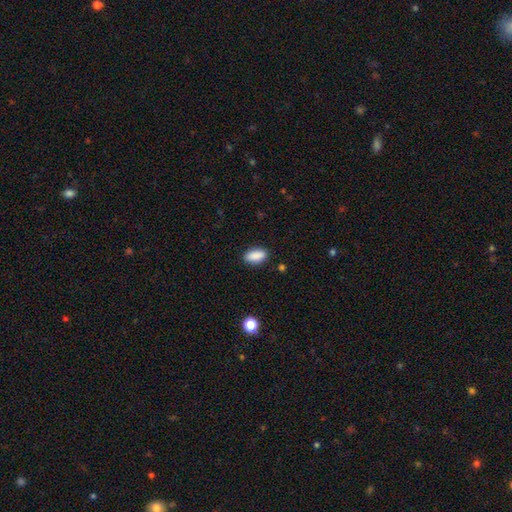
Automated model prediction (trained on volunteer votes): Smooth or featured?
  - smooth: 89% *
  - star or artifact: 7%
  - featured or disk: 4%
How rounded?
  - in between: 89% *
  - cigar-shaped: 8%
  - round: 3%
Merging?
  - none: 88% *
  - minor disturbance: 9%
  - major disturbance: 2%
  - merger: 1%